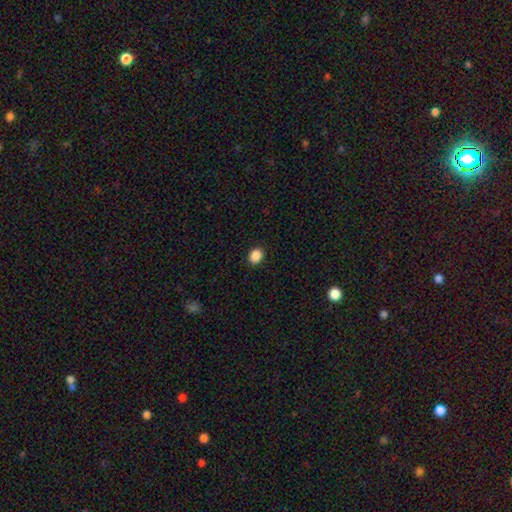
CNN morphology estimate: A smooth galaxy with no disk features (88%) that is round (57%). Merging: none (91%).